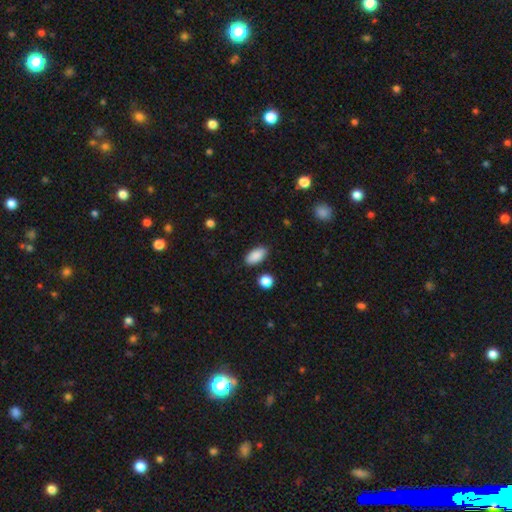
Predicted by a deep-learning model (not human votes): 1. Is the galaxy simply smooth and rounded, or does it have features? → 88% smooth, 7% star or artifact, 4% featured or disk.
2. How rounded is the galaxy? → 90% in between, 6% cigar-shaped, 3% round.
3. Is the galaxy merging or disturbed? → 85% none, 10% minor disturbance, 2% major disturbance, 2% merger.